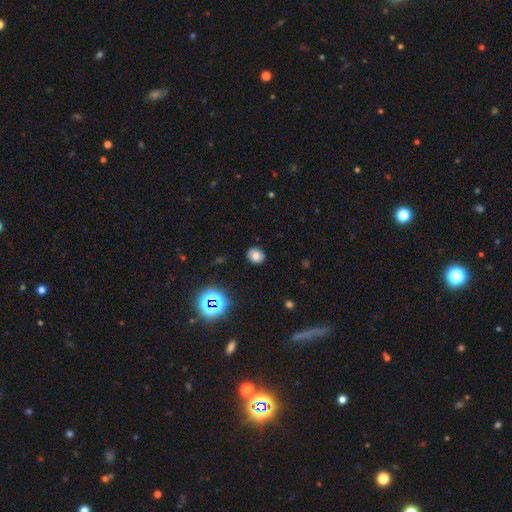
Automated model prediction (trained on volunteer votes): A smooth galaxy with no disk features (74%) that is round (67%).

Vote fractions:
- Smooth or featured? smooth: 74% / star or artifact: 16% / featured or disk: 9%
- How rounded? round: 67% / in between: 33% / cigar-shaped: 1%
- Merging? none: 88% / minor disturbance: 8% / major disturbance: 2% / merger: 1%